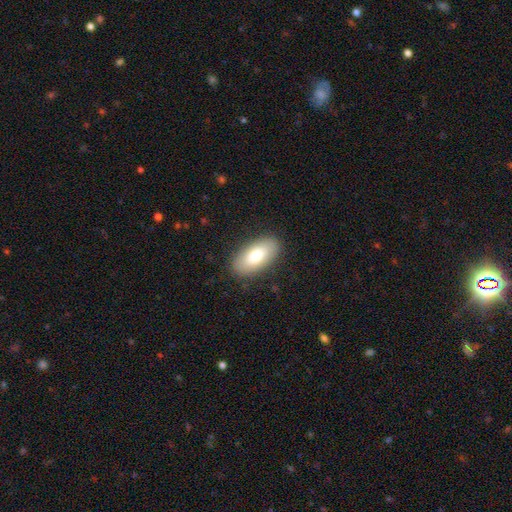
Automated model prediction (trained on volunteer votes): This appears to be a smooth galaxy with no disk features (75%) that is in between round and cigar-shaped (92%). Merging: none (88%).